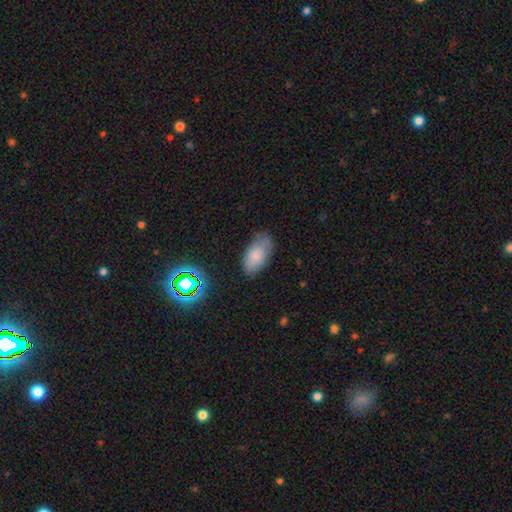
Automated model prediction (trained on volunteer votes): smooth 78%, featured or disk 12%, star or artifact 10%. Down the decision tree: how rounded — in between (93%); merging — none (69%).